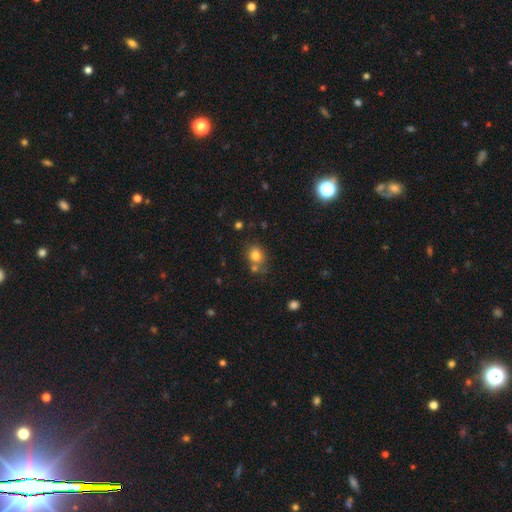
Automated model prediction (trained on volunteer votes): smooth-or-featured: smooth: 80% | star or artifact: 12% | featured or disk: 8%
  how-rounded: round: 72% | in between: 27% | cigar-shaped: 1%
  merging: none: 62% | merger: 22% | minor disturbance: 13% | major disturbance: 4%